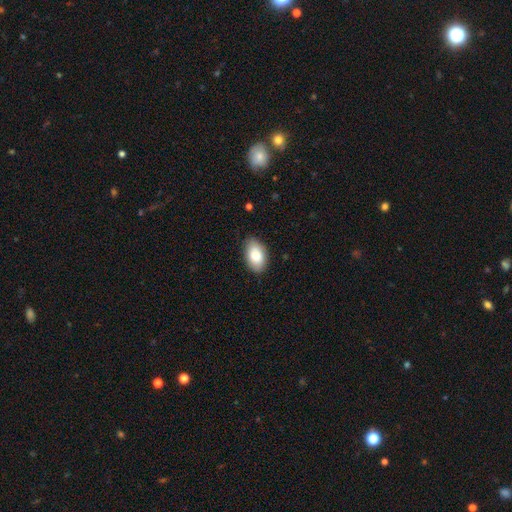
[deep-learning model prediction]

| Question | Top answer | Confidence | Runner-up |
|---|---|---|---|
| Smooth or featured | smooth | 83% | featured or disk (10%) |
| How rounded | in between | 93% | round (6%) |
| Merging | none | 84% | minor disturbance (13%) |